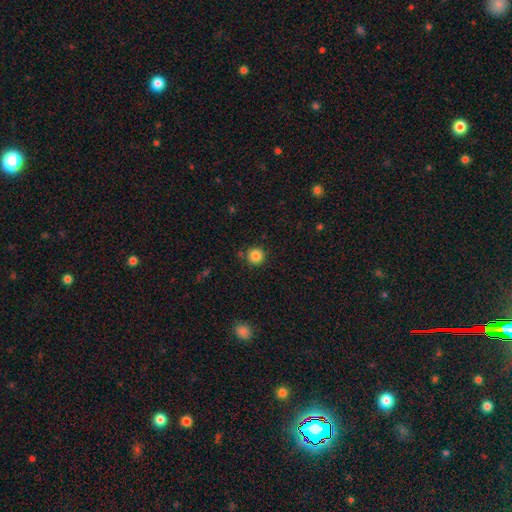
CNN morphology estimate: A smooth galaxy with no disk features (85%) that is round (95%). Merging: none (87%).